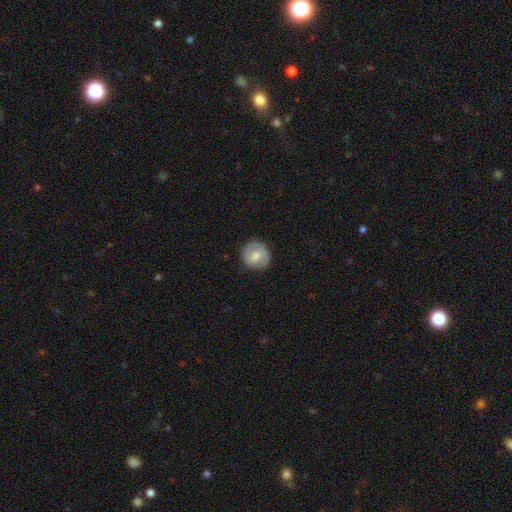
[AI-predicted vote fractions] Overall: smooth (48%; featured or disk 45%). Merging: none (85%).